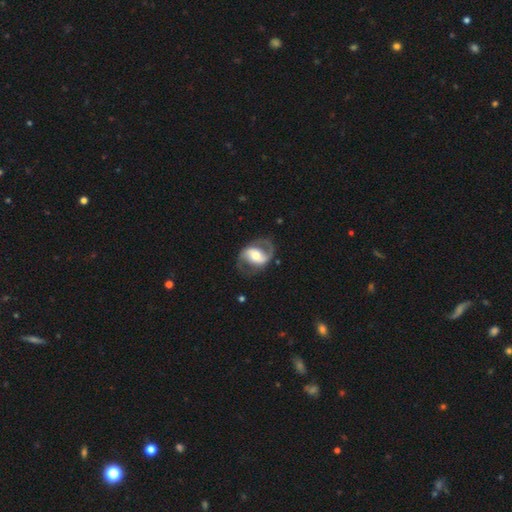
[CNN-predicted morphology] smooth_or_featured: featured or disk (p=0.79) [alt: smooth p=0.16]
disk_edge_on: no (p=0.97) [alt: yes p=0.03]
bar: strong (p=0.36) [alt: weak p=0.33]
has_spiral_arms: yes (p=0.85) [alt: no p=0.15]
spiral_winding: medium (p=0.49) [alt: loose p=0.34]
spiral_arm_count: 2 (p=0.88) [alt: 1 p=0.05]
bulge_size: moderate (p=0.61) [alt: small p=0.19]
merging: none (p=0.72) [alt: minor disturbance p=0.15]